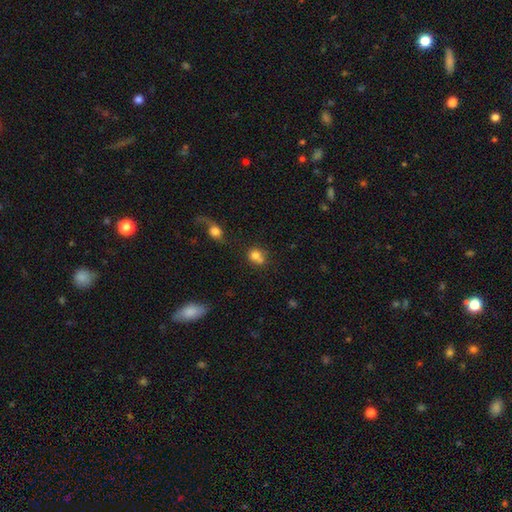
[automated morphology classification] type=smooth (76%); roundness=round (74%); merging=merger (43%).